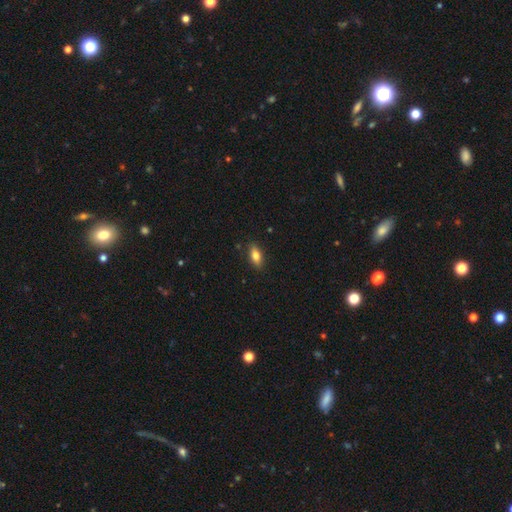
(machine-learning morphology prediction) The model was most divided on "smooth or featured": smooth: 79%, featured or disk: 14%, star or artifact: 7%. More confident: merging — none (86%); how rounded — in between (84%).